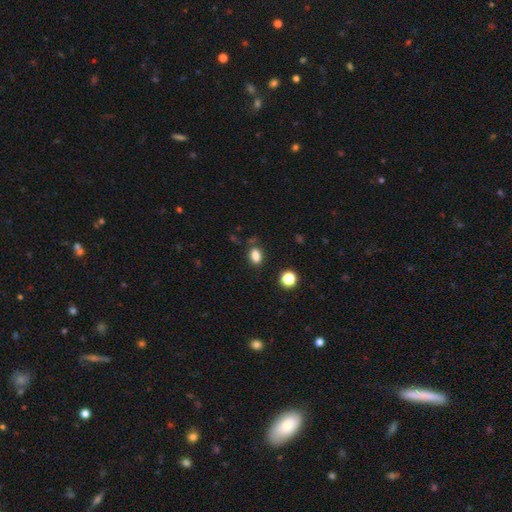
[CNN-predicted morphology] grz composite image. It shows a smooth galaxy with no disk features (83%) that is in between round and cigar-shaped (77%). Merging: none (75%).